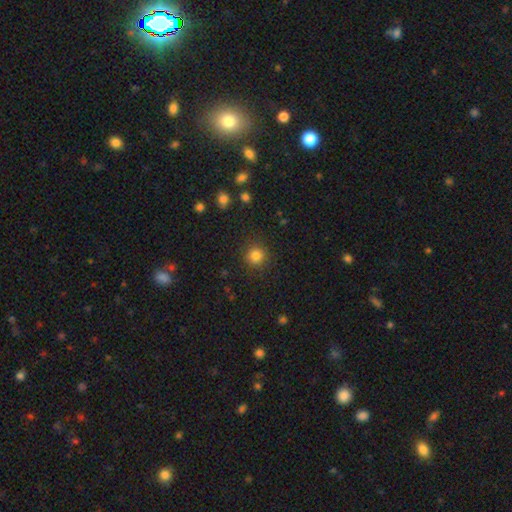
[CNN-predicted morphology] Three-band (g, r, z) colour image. It shows a smooth galaxy with no disk features (84%) that is round (93%). Merging: none (88%).